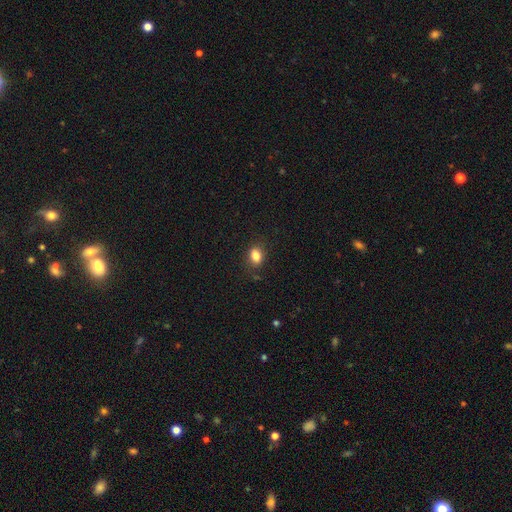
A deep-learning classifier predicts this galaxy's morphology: A smooth galaxy with no disk features (84%) that is in between round and cigar-shaped (69%).

Vote fractions:
- Smooth or featured? smooth: 84% / star or artifact: 10% / featured or disk: 5%
- How rounded? in between: 69% / round: 30% / cigar-shaped: 1%
- Merging? none: 83% / minor disturbance: 12% / major disturbance: 3% / merger: 1%